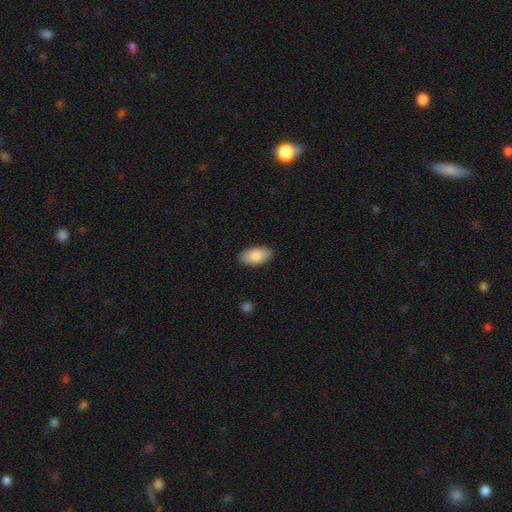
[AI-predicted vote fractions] smooth_or_featured: smooth (p=0.88) [alt: featured or disk p=0.06]
how_rounded: in between (p=0.94) [alt: cigar-shaped p=0.03]
merging: none (p=0.88) [alt: minor disturbance p=0.09]